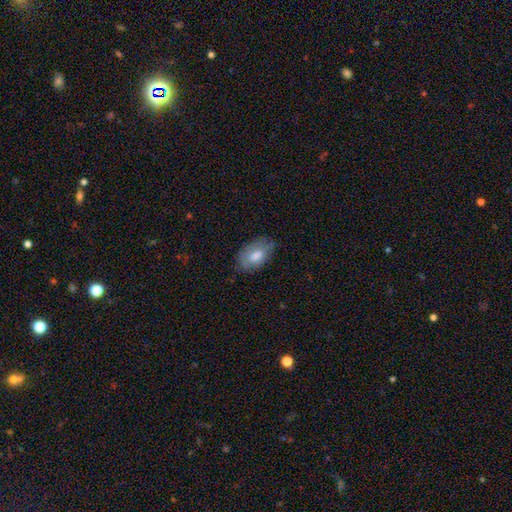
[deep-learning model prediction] smooth-or-featured: smooth: 68% | featured or disk: 24% | star or artifact: 8%
  how-rounded: in between: 90% | round: 8% | cigar-shaped: 2%
  merging: none: 65% | minor disturbance: 27% | major disturbance: 7% | merger: 1%